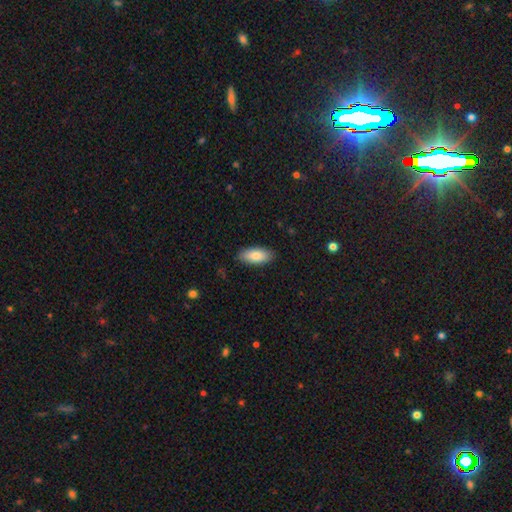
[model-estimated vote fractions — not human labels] smooth_or_featured: smooth (p=0.83) [alt: featured or disk p=0.11]
how_rounded: in between (p=0.88) [alt: cigar-shaped p=0.10]
merging: none (p=0.87) [alt: minor disturbance p=0.10]